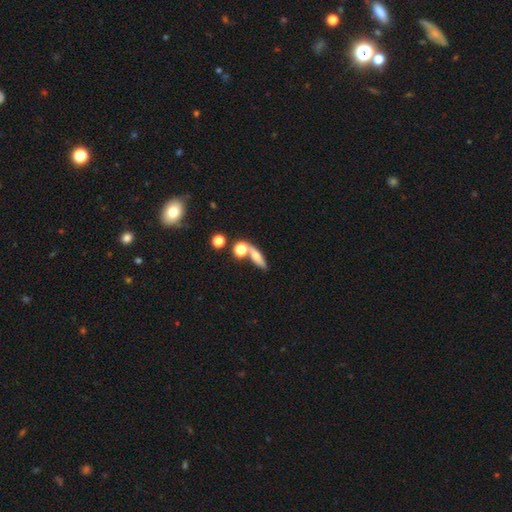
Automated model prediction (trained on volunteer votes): smooth 59%, featured or disk 30%, star or artifact 11%. Down the decision tree: how rounded — in between (46%); merging — none (52%).